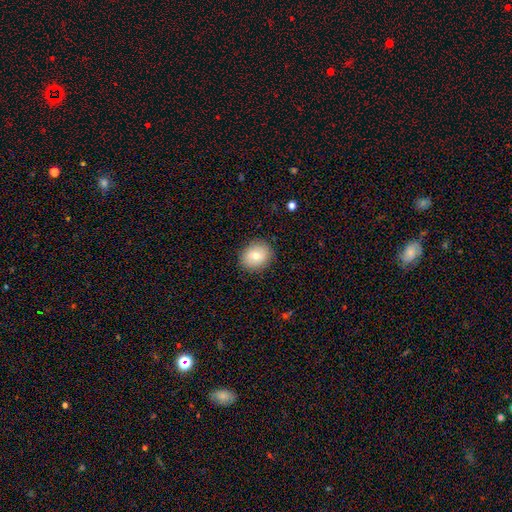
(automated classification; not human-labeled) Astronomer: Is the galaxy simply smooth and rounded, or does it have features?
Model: smooth — 78%.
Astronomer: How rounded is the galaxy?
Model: round — 51% (runner-up: in between, 48%).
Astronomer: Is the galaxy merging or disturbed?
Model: none — 88%.